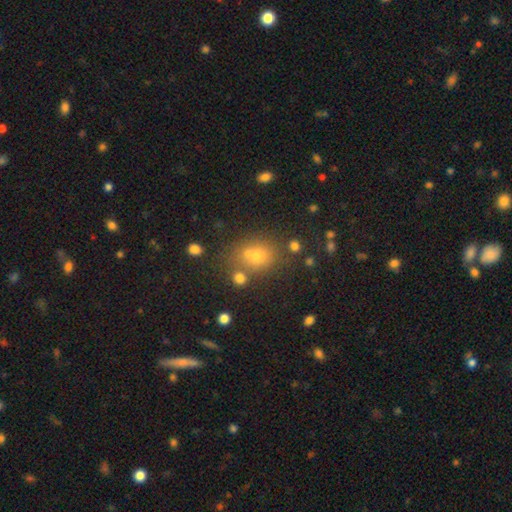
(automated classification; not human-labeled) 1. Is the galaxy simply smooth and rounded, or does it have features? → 65% smooth, 23% star or artifact, 12% featured or disk.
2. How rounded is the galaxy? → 54% round, 45% in between, 2% cigar-shaped.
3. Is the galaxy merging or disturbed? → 64% none, 18% merger, 13% minor disturbance, 5% major disturbance.